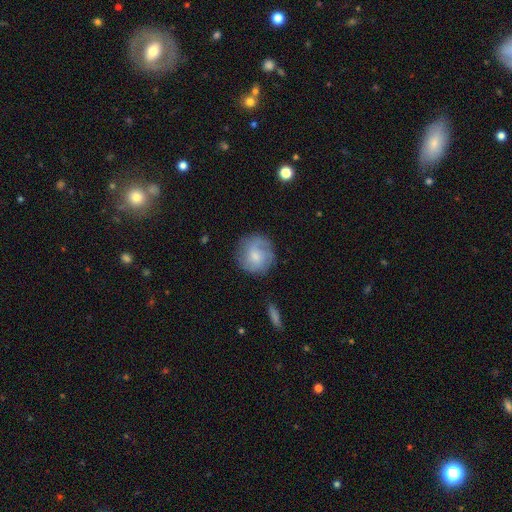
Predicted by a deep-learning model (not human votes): Overall: smooth (53%; featured or disk 40%). How rounded: round (89%). Merging: none (74%).